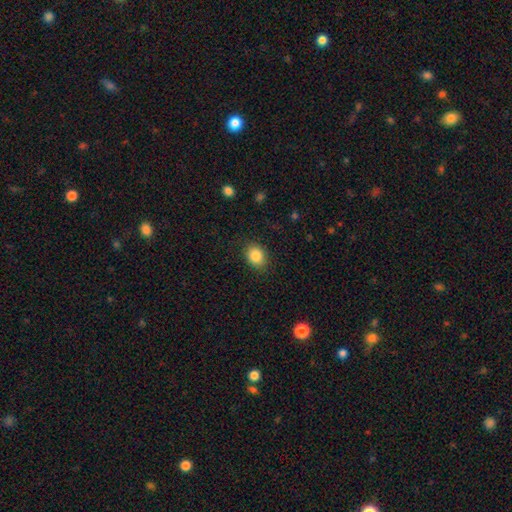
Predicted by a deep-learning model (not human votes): smooth_or_featured: smooth (p=0.86) [alt: star or artifact p=0.09]
how_rounded: in between (p=0.53) [alt: round p=0.46]
merging: none (p=0.86) [alt: minor disturbance p=0.10]